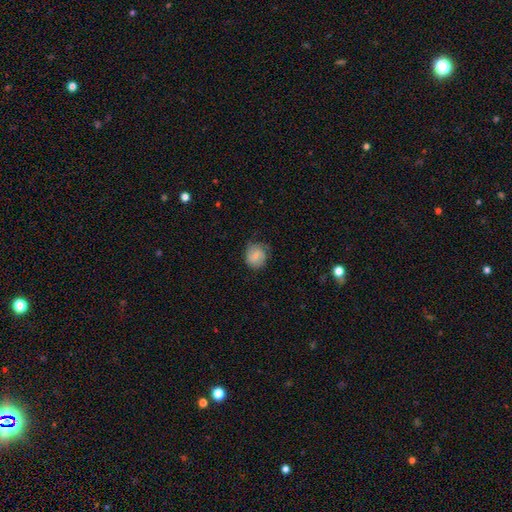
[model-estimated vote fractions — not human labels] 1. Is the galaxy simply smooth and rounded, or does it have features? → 52% smooth, 40% featured or disk, 8% star or artifact.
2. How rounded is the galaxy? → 75% round, 24% in between, 1% cigar-shaped.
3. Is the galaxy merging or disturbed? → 65% none, 25% minor disturbance, 9% major disturbance, 1% merger.